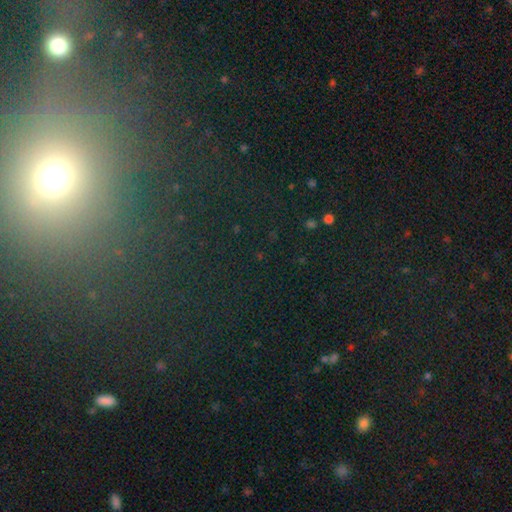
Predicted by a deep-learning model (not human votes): This is likely a star or artifact rather than a galaxy (68%).